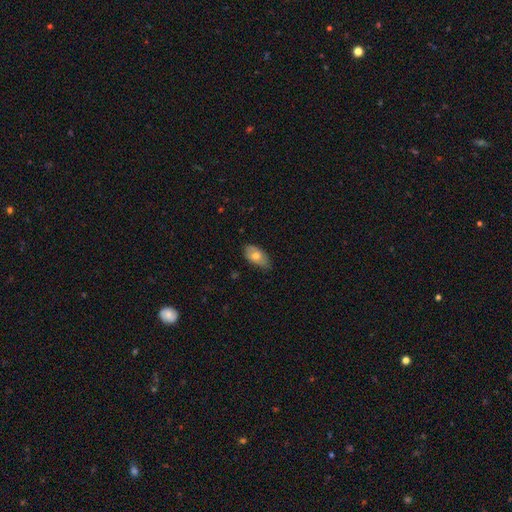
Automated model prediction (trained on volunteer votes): This is likely a smooth galaxy (69%). How rounded: clearly in between (93%). Merging: likely none (68%).